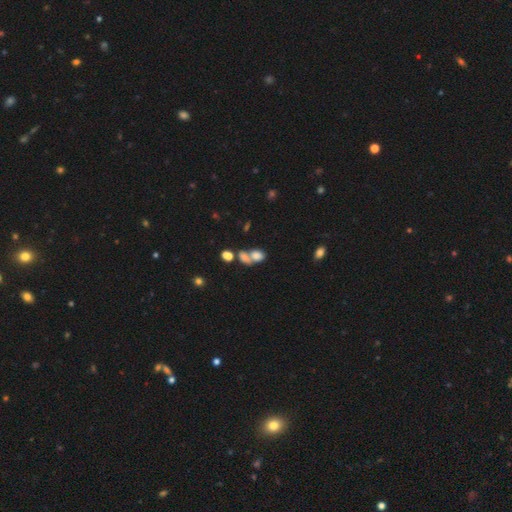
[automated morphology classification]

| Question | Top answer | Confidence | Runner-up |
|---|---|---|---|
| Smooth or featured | smooth | 74% | featured or disk (13%) |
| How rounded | in between | 67% | round (30%) |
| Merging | merger | 61% | none (25%) |